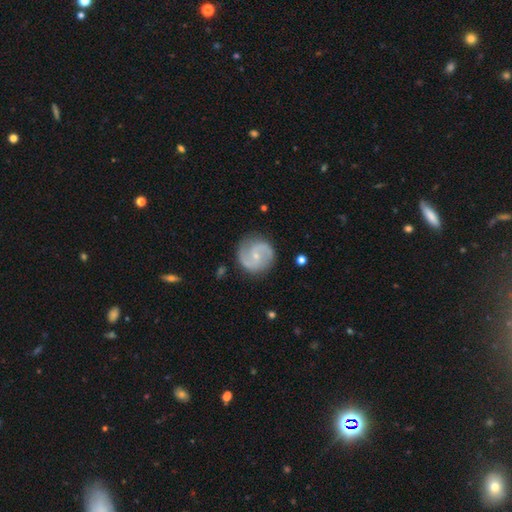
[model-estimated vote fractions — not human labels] A featured or disk galaxy (84%) with no bar (55%), 2 (91%) medium (53%) spiral arms (96%) and a small central bulge (74%).

Vote fractions:
- Smooth or featured? featured or disk: 84% / smooth: 11% / star or artifact: 5%
- Edge-on disk? no: 98% / yes: 2%
- Bar? no: 55% / weak: 36% / strong: 8%
- Spiral arms? yes: 96% / no: 4%
- Spiral winding? medium: 53% / tight: 25% / loose: 22%
- Spiral arm count? 2: 91% / can't tell: 4% / 3: 2% / 1: 1% / 4: 1% / more than 4: 1%
- Bulge size? small: 74% / moderate: 22% / none: 3% / large: 1% / dominant: 1%
- Merging? none: 85% / minor disturbance: 11% / major disturbance: 3% / merger: 1%